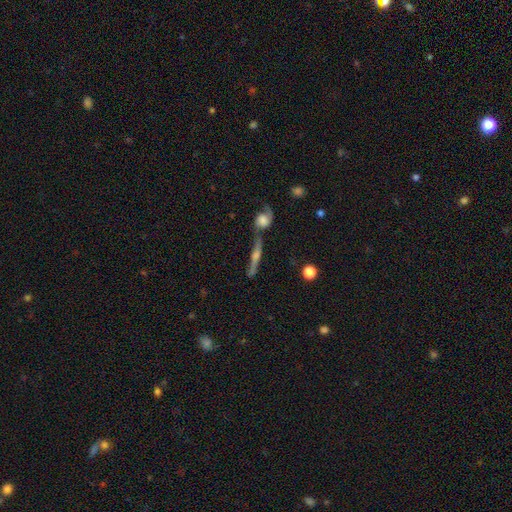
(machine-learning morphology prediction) smooth_or_featured: featured or disk (p=0.65) [alt: smooth p=0.20]
disk_edge_on: yes (p=0.85) [alt: no p=0.15]
edge_on_bulge: rounded (p=0.77) [alt: none p=0.14]
merging: none (p=0.59) [alt: merger p=0.21]